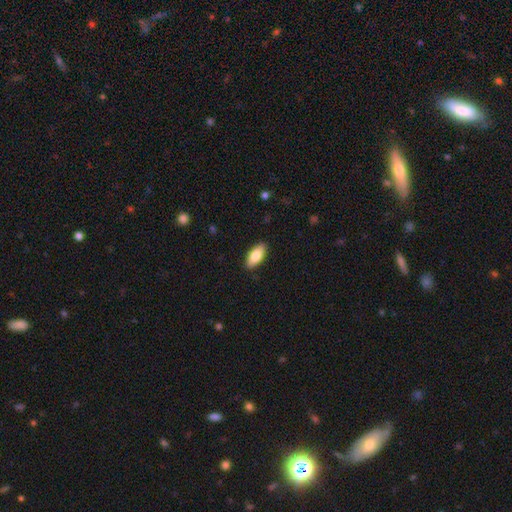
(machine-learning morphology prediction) A smooth galaxy with no disk features (80%) that is in between round and cigar-shaped (86%).

Vote fractions:
- Smooth or featured? smooth: 80% / featured or disk: 14% / star or artifact: 6%
- How rounded? in between: 86% / cigar-shaped: 11% / round: 2%
- Merging? none: 89% / minor disturbance: 8% / major disturbance: 2% / merger: 1%